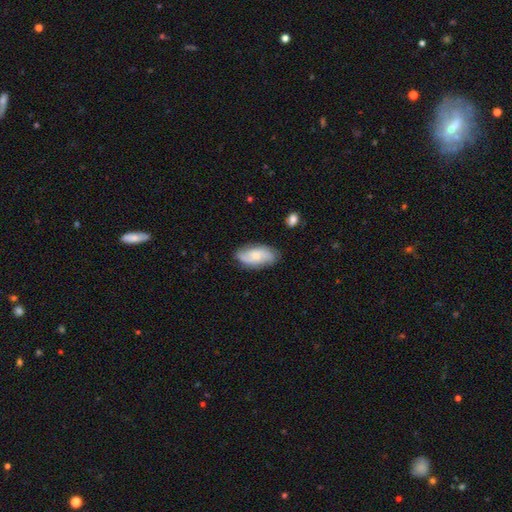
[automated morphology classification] Smooth or featured?
  - featured or disk: 60% *
  - smooth: 34%
  - star or artifact: 6%
Edge-on disk?
  - no: 94% *
  - yes: 6%
Bar?
  - no: 63% *
  - weak: 32%
  - strong: 5%
Spiral arms?
  - yes: 92% *
  - no: 8%
Spiral winding?
  - medium: 44% *
  - loose: 29%
  - tight: 27%
Spiral arm count?
  - 2: 51% *
  - can't tell: 20%
  - 3: 18%
  - 1: 4%
  - 4: 4%
  - more than 4: 3%
Bulge size?
  - small: 51% *
  - moderate: 35%
  - none: 8%
  - large: 5%
  - dominant: 1%
Merging?
  - none: 76% *
  - minor disturbance: 17%
  - major disturbance: 5%
  - merger: 2%